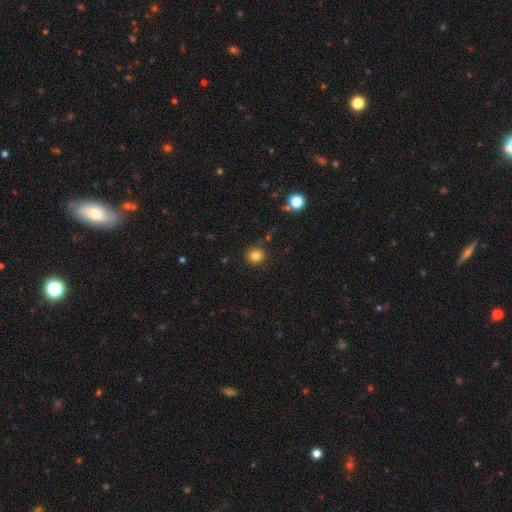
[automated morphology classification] Smooth or featured: smooth — 82% (star or artifact — 12%)
How rounded: round — 92% (in between — 7%)
Merging: none — 86% (minor disturbance — 8%)